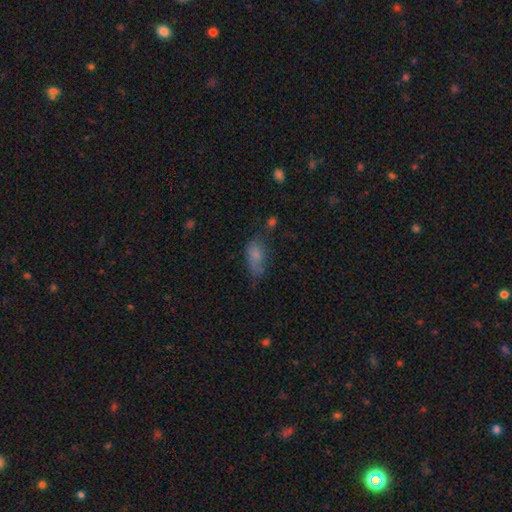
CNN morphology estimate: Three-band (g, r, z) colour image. It shows a smooth galaxy with no disk features (71%) that is in between round and cigar-shaped (81%). Merging: none (43%).